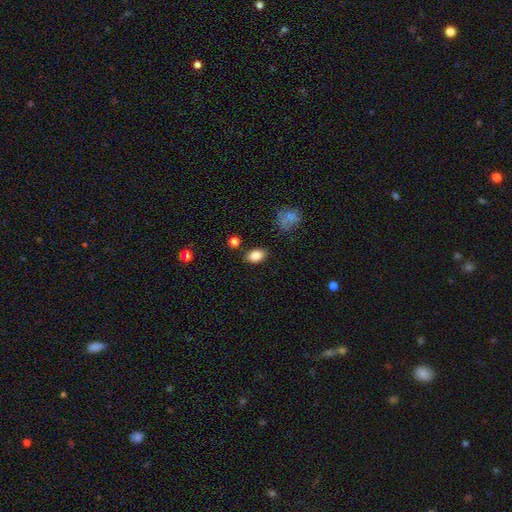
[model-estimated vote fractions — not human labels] Morphology: type=smooth (85%); roundness=in between (88%); merging=none (84%).